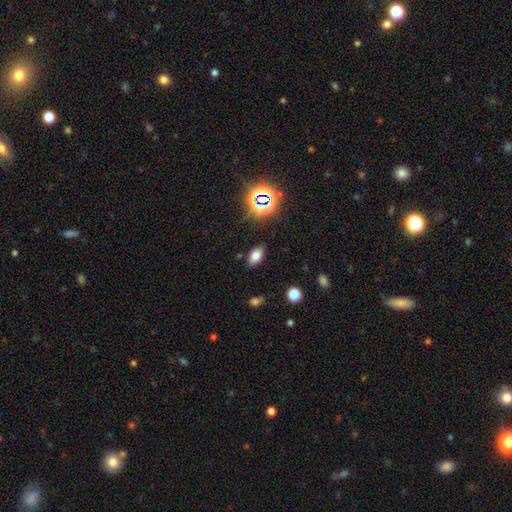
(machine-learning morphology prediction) This appears to be a smooth galaxy with no disk features (72%) that is in between round and cigar-shaped (90%). Merging: none (86%).